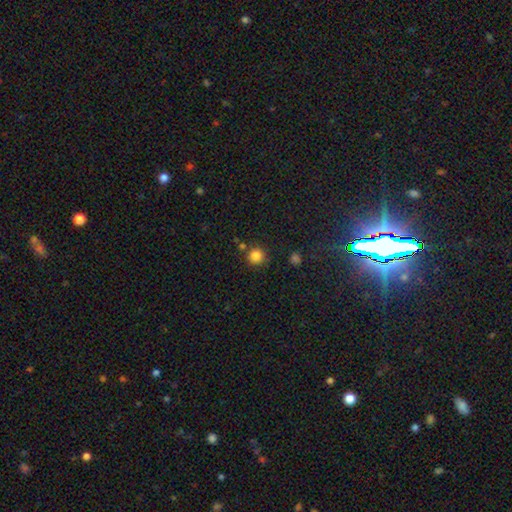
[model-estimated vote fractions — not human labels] Overall: smooth (84%). How rounded: round (94%). Merging: none (83%).